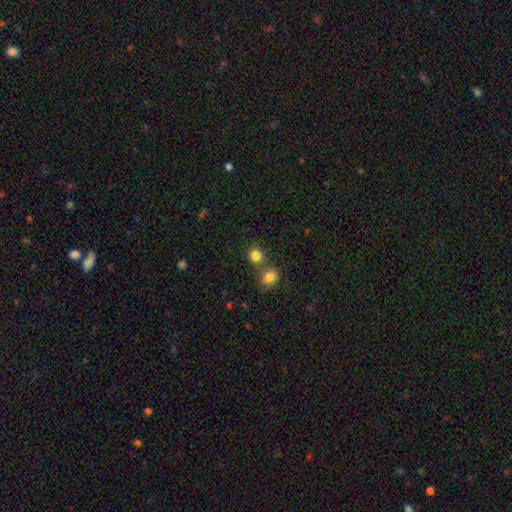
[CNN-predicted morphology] Overall: smooth (83%). How rounded: round (76%). Merging: none (60%; merger 29%).